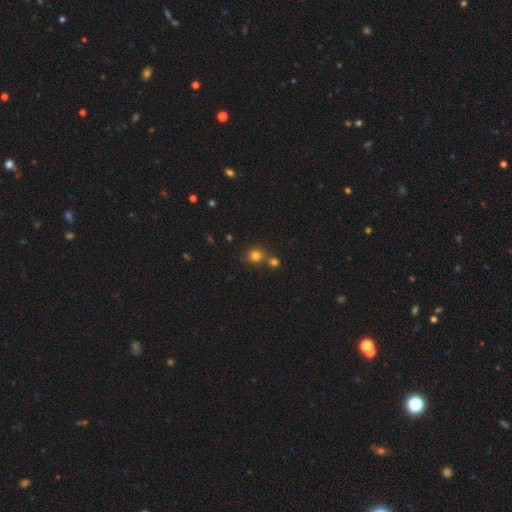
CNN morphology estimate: Q: Smooth or featured?
A: smooth (80%); runner-up: star or artifact (14%)
Q: How rounded?
A: round (88%); runner-up: in between (11%)
Q: Merging?
A: none (66%); runner-up: merger (24%)